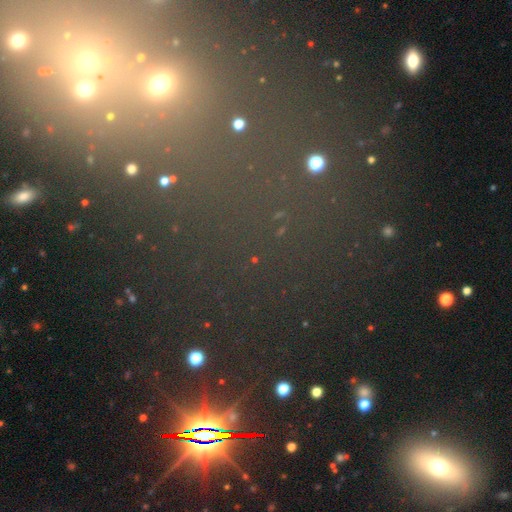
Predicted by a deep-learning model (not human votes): Smooth or featured?
  - star or artifact: 67% *
  - smooth: 23%
  - featured or disk: 11%